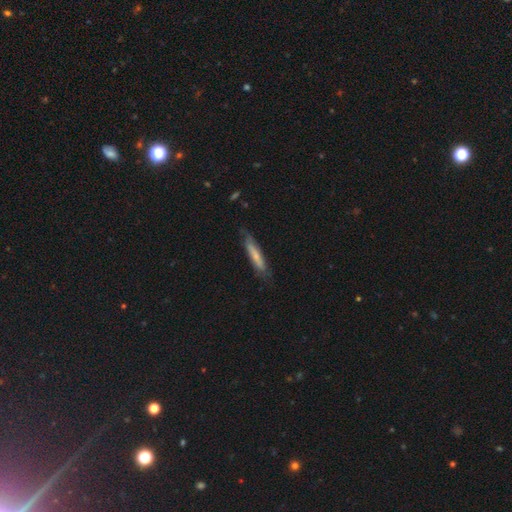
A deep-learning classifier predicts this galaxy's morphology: Smooth or featured: smooth — 59% (featured or disk — 35%)
How rounded: cigar-shaped — 86% (in between — 12%)
Merging: none — 71% (minor disturbance — 22%)